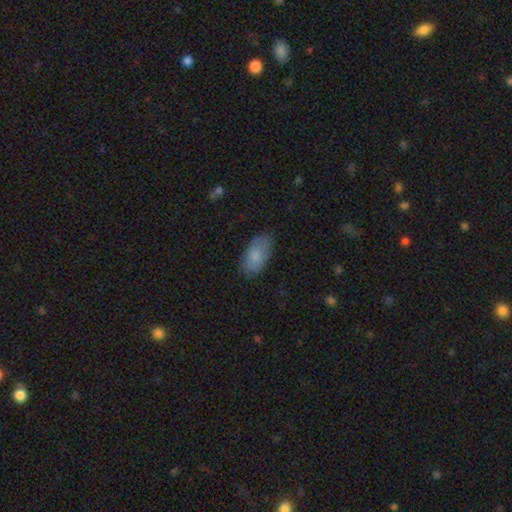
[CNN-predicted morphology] Smooth or featured?
  - smooth: 80% *
  - featured or disk: 13%
  - star or artifact: 6%
How rounded?
  - in between: 93% *
  - cigar-shaped: 4%
  - round: 3%
Merging?
  - none: 73% *
  - minor disturbance: 20%
  - major disturbance: 5%
  - merger: 1%